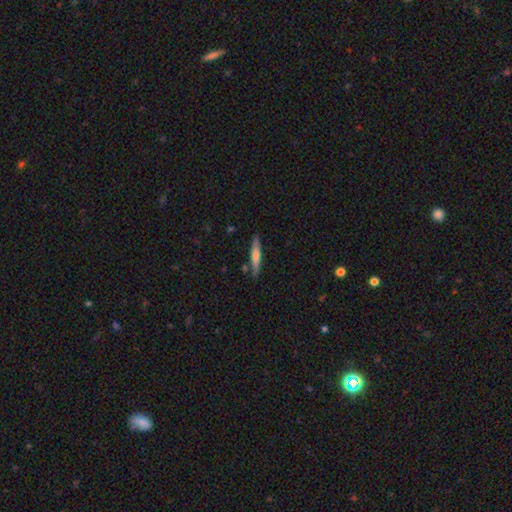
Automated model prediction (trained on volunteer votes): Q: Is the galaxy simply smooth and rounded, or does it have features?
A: smooth — 51%.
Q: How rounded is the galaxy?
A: cigar-shaped — 91%.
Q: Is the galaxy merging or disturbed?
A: none — 85%.